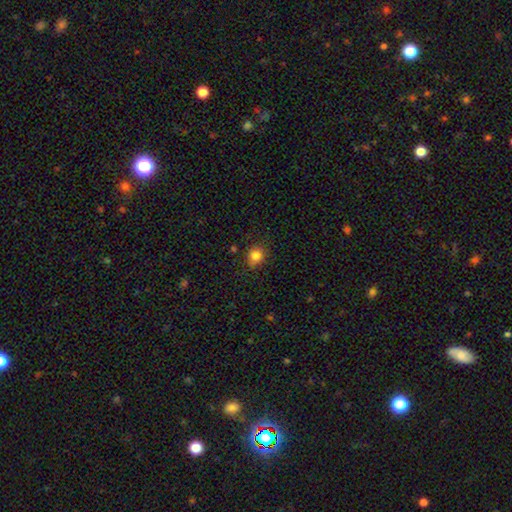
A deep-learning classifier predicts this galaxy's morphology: A smooth galaxy with no disk features (82%) that is round (75%).

Vote fractions:
- Smooth or featured? smooth: 82% / star or artifact: 12% / featured or disk: 6%
- How rounded? round: 75% / in between: 24% / cigar-shaped: 1%
- Merging? none: 78% / minor disturbance: 17% / major disturbance: 4% / merger: 2%